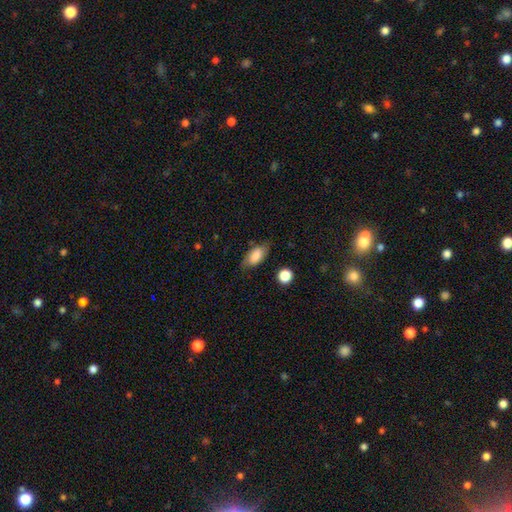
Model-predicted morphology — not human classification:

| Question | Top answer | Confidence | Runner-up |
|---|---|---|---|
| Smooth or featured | smooth | 77% | featured or disk (16%) |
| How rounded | in between | 88% | cigar-shaped (8%) |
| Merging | none | 73% | minor disturbance (19%) |